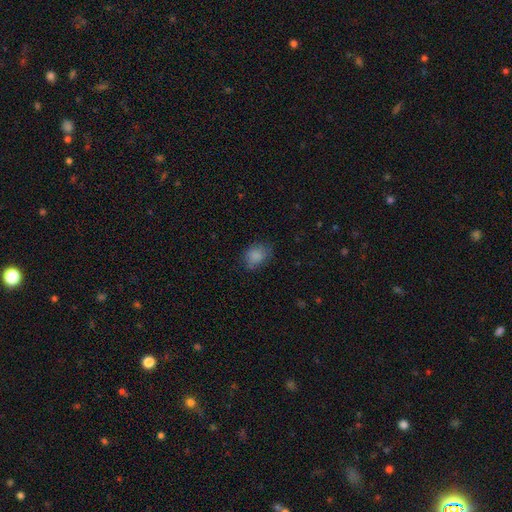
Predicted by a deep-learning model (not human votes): This is clearly a smooth galaxy (85%). How rounded: possibly in between (55%). Merging: likely none (69%).